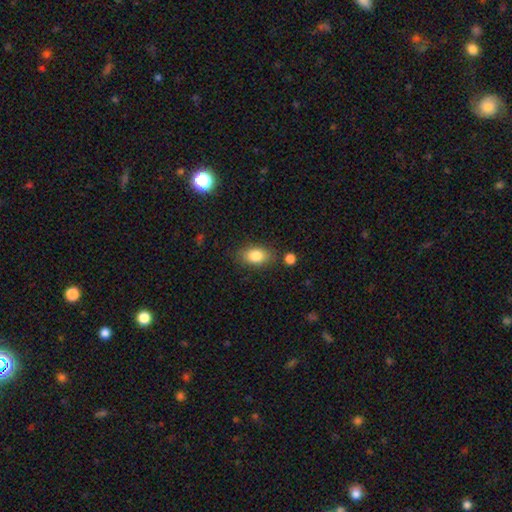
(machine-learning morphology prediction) Overall: smooth (84%). How rounded: in between (86%). Merging: none (78%).